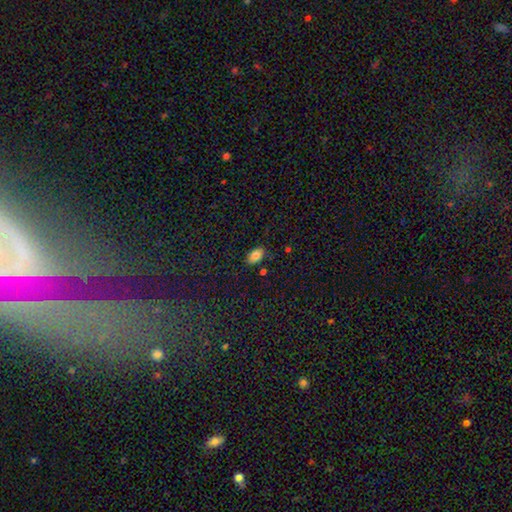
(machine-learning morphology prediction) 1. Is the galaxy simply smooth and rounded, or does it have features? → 82% smooth, 9% star or artifact, 9% featured or disk.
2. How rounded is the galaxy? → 92% in between, 6% round, 2% cigar-shaped.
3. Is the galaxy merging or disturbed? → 83% none, 12% minor disturbance, 3% merger, 2% major disturbance.